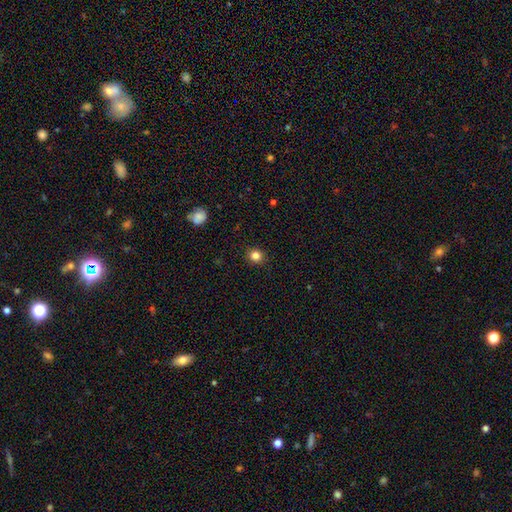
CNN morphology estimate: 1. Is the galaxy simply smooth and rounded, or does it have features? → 83% smooth, 12% star or artifact, 5% featured or disk.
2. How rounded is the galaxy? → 86% round, 13% in between, 1% cigar-shaped.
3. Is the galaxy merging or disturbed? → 91% none, 6% minor disturbance, 2% major disturbance, 1% merger.